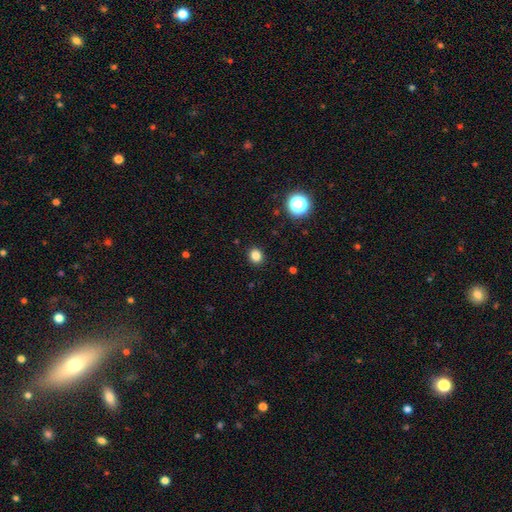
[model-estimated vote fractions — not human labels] Smooth or featured: smooth — 83% (star or artifact — 13%)
How rounded: round — 71% (in between — 28%)
Merging: none — 91% (minor disturbance — 6%)